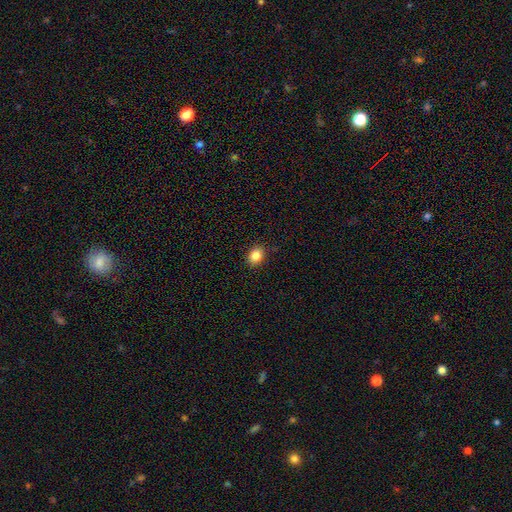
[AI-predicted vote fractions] The model was most divided on "how rounded": round: 52%, in between: 47%, cigar-shaped: 1%. More confident: merging — none (88%); smooth or featured — smooth (86%).